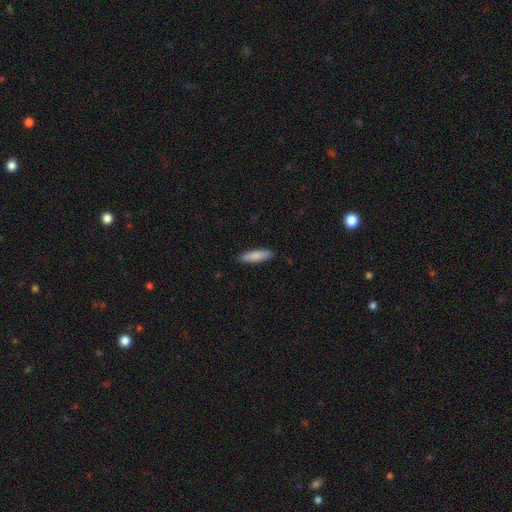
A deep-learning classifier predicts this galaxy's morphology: This is clearly a smooth galaxy (85%). How rounded: likely cigar-shaped (66%). Merging: clearly none (90%).